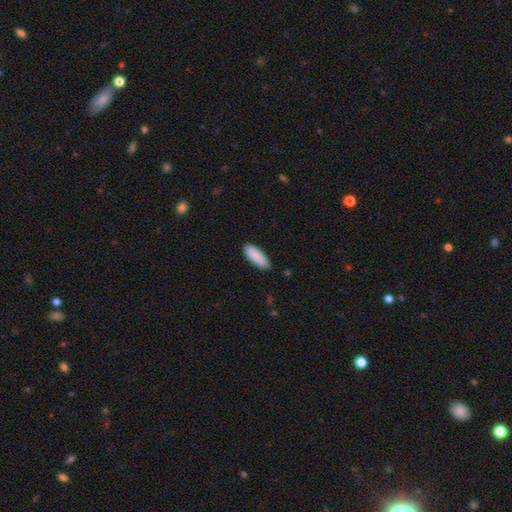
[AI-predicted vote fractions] Smooth or featured?
  - smooth: 88% *
  - star or artifact: 6%
  - featured or disk: 6%
How rounded?
  - in between: 69% *
  - cigar-shaped: 29%
  - round: 2%
Merging?
  - none: 78% *
  - minor disturbance: 18%
  - major disturbance: 3%
  - merger: 1%